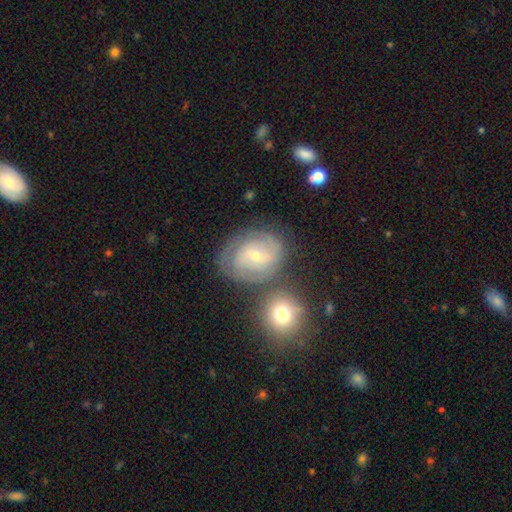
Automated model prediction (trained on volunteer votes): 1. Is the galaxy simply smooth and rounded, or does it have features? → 72% featured or disk, 21% smooth, 7% star or artifact.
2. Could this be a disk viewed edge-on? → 97% no, 3% yes.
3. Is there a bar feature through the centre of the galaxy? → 55% no, 36% weak, 8% strong.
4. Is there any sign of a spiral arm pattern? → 87% yes, 13% no.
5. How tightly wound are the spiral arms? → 63% tight, 29% medium, 8% loose.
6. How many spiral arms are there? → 42% 2, 35% can't tell, 12% 3, 5% 1, 4% 4, 3% more than 4.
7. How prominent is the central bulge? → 69% small, 28% moderate, 1% large, 1% none, 1% dominant.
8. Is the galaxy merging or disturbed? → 61% none, 19% minor disturbance, 12% merger, 8% major disturbance.